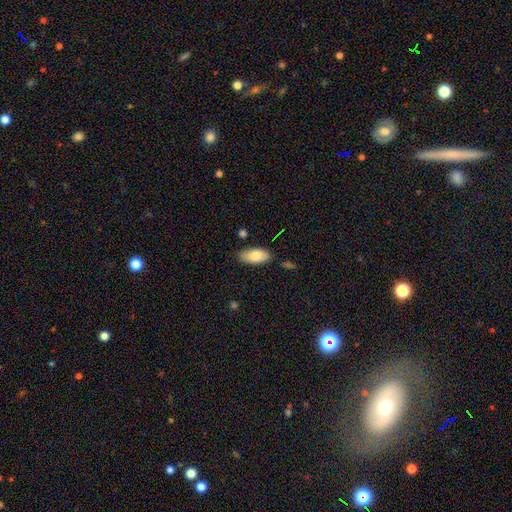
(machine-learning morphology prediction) smooth-or-featured: smooth: 80% | featured or disk: 13% | star or artifact: 6%
  how-rounded: in between: 92% | cigar-shaped: 6% | round: 2%
  merging: none: 81% | minor disturbance: 14% | merger: 3% | major disturbance: 2%